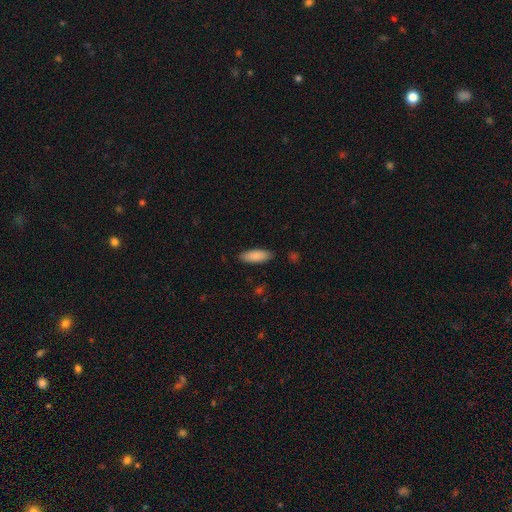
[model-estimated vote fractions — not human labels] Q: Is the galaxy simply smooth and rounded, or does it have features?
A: smooth — 88%.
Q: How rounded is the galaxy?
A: in between — 69%.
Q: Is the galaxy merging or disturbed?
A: none — 87%.